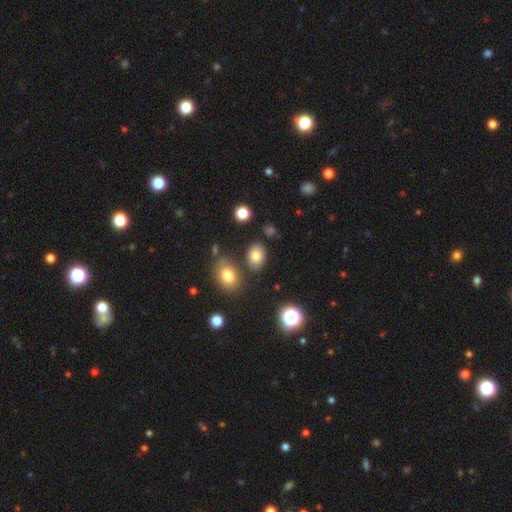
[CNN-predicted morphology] smooth 78%, star or artifact 12%, featured or disk 10%. Down the decision tree: how rounded — in between (73%); merging — none (79%).